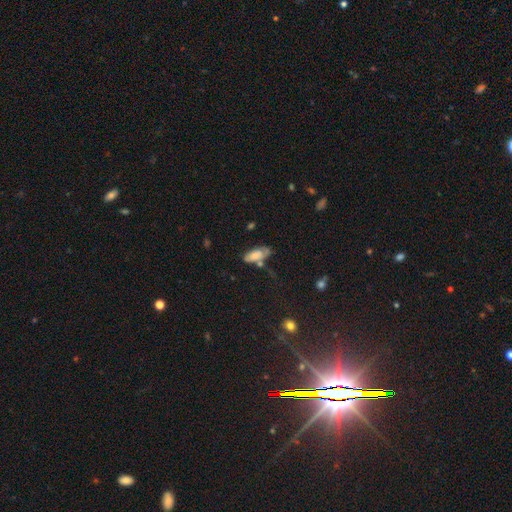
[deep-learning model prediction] Overall: smooth (67%). How rounded: in between (82%). Merging: none (47%; minor disturbance 26%).